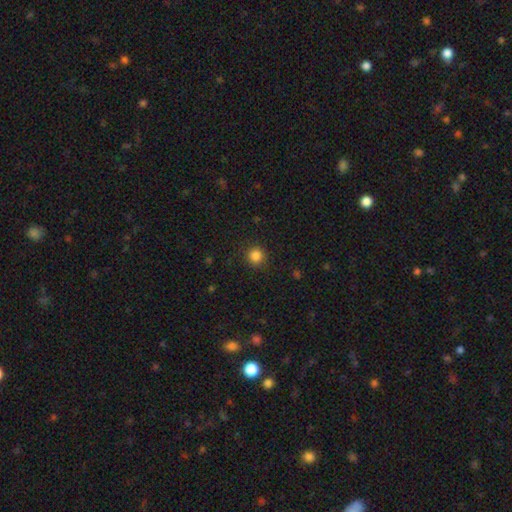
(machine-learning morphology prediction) smooth-or-featured: smooth: 84% | star or artifact: 12% | featured or disk: 4%
  how-rounded: round: 93% | in between: 6% | cigar-shaped: 1%
  merging: none: 90% | minor disturbance: 7% | major disturbance: 2% | merger: 1%